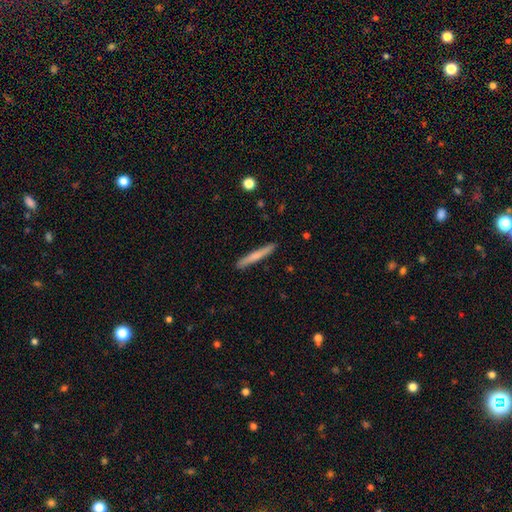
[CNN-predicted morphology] This is likely a smooth galaxy (66%). How rounded: clearly cigar-shaped (96%). Merging: clearly none (90%).